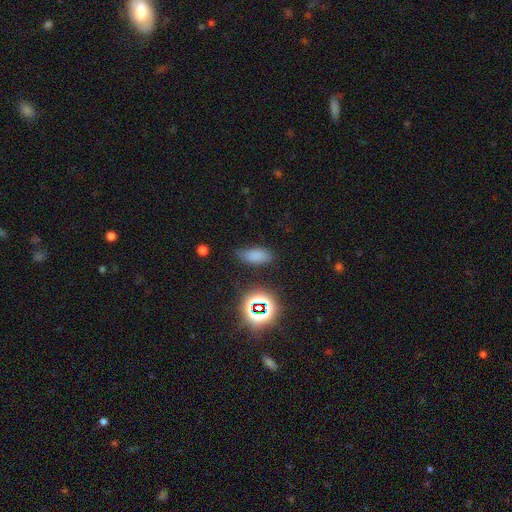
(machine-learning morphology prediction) A smooth galaxy with no disk features (72%) that is in between round and cigar-shaped (87%). Merging: none (71%).